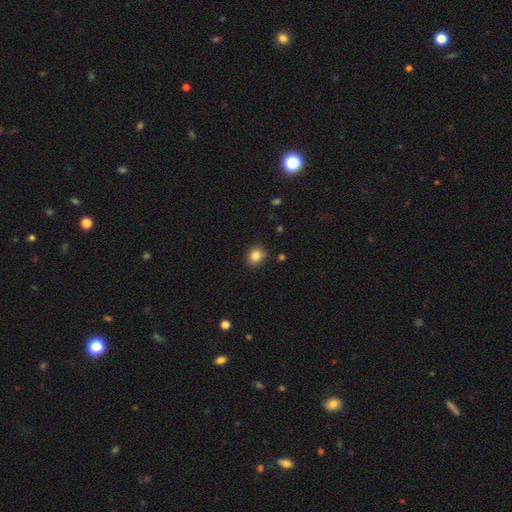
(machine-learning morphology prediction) smooth 83%, star or artifact 11%, featured or disk 6%. Down the decision tree: how rounded — round (78%); merging — none (84%).